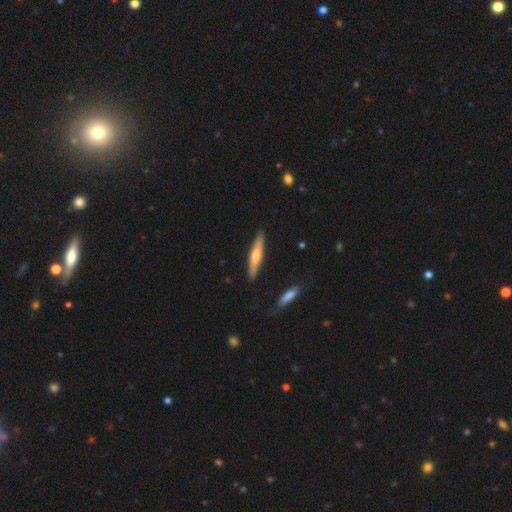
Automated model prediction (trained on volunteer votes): smooth-or-featured: smooth: 50% | featured or disk: 45% | star or artifact: 5%
  merging: none: 89% | minor disturbance: 8% | merger: 2% | major disturbance: 2%